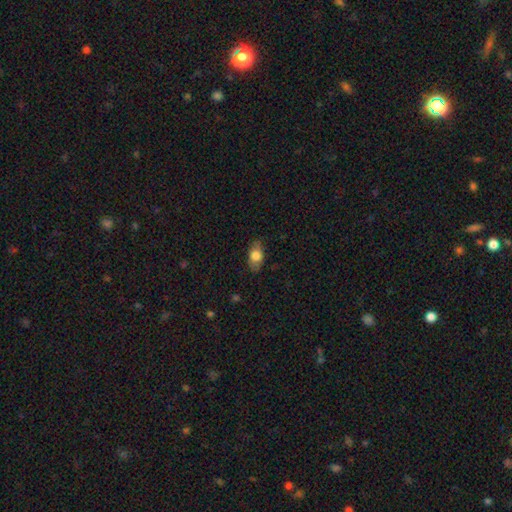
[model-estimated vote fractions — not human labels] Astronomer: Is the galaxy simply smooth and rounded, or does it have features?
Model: smooth — 75%.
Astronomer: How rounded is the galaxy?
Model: in between — 87%.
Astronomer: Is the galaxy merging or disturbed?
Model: none — 82%.